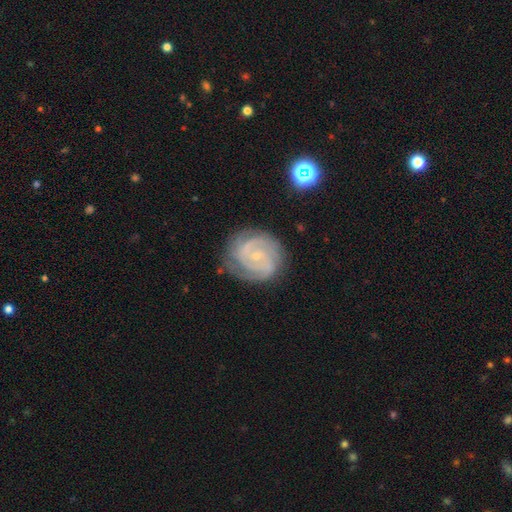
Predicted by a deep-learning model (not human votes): Smooth or featured?
  - featured or disk: 88% *
  - smooth: 6%
  - star or artifact: 6%
Edge-on disk?
  - no: 98% *
  - yes: 2%
Bar?
  - no: 59% *
  - weak: 33%
  - strong: 8%
Spiral arms?
  - yes: 98% *
  - no: 2%
Spiral winding?
  - tight: 67% *
  - medium: 29%
  - loose: 4%
Spiral arm count?
  - 2: 48% *
  - 3: 23%
  - can't tell: 13%
  - 4: 6%
  - 1: 4%
  - more than 4: 4%
Bulge size?
  - small: 83% *
  - moderate: 12%
  - none: 3%
  - large: 1%
  - dominant: 1%
Merging?
  - none: 78% *
  - minor disturbance: 16%
  - major disturbance: 5%
  - merger: 1%